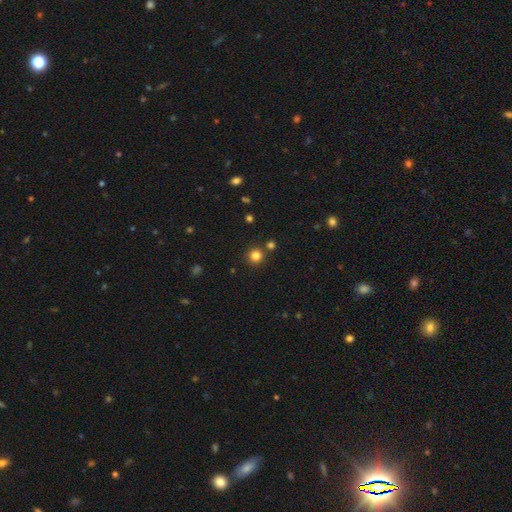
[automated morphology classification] This is clearly a smooth galaxy (82%). How rounded: clearly round (94%). Merging: clearly none (85%).